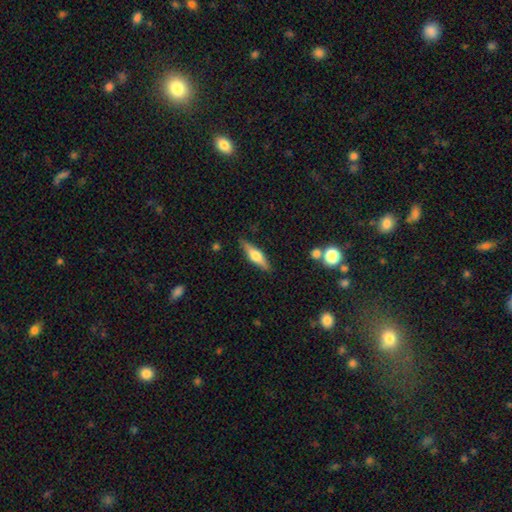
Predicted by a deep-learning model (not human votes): Smooth or featured? Predicted: featured or disk (p=0.54). Edge-on disk? Predicted: yes (p=0.94). Edge-on bulge? Predicted: rounded (p=0.90). Merging? Predicted: none (p=0.88).